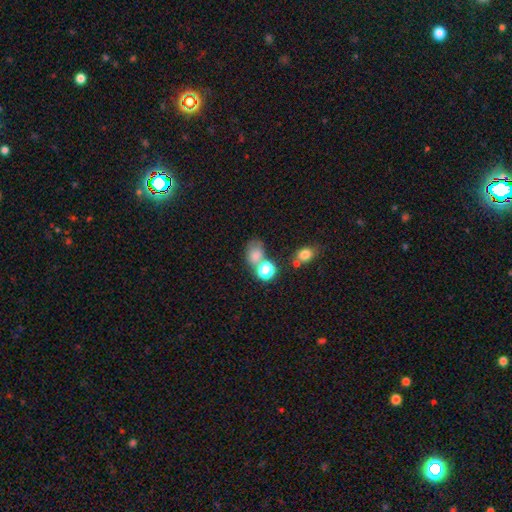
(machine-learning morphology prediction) type=smooth (71%); roundness=in between (57%); merging=none (41%).